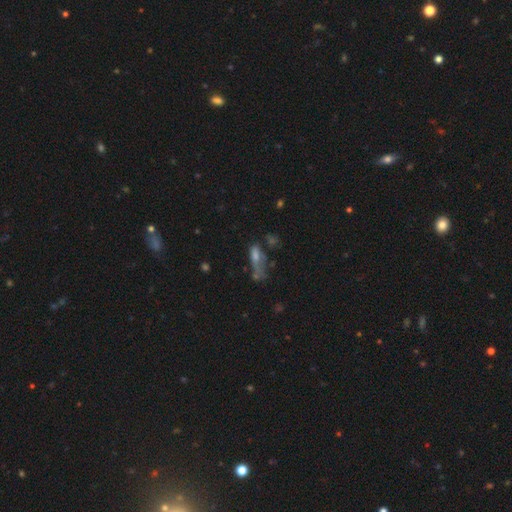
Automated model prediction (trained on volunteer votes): smooth_or_featured: smooth (p=0.47) [alt: featured or disk p=0.34]
merging: major disturbance (p=0.35) [alt: none p=0.29]